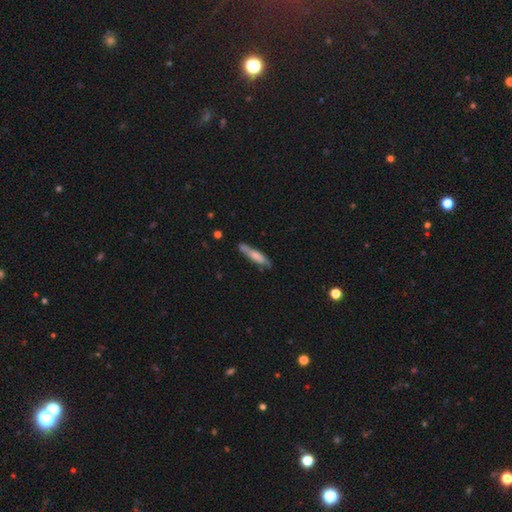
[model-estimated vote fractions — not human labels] Morphology: type=smooth (60%); roundness=cigar-shaped (82%); merging=none (70%).